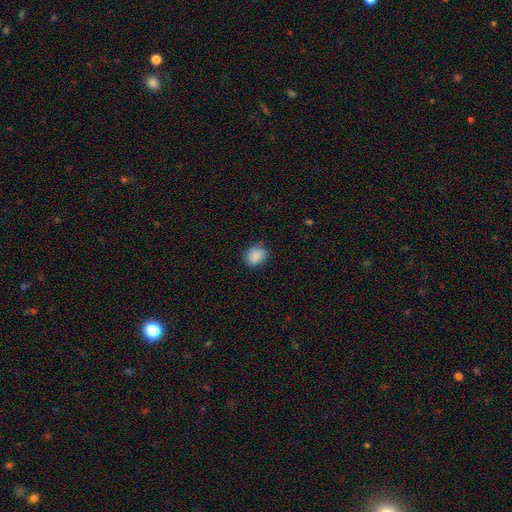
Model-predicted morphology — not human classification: Smooth or featured?
  - smooth: 88% *
  - star or artifact: 9%
  - featured or disk: 4%
How rounded?
  - round: 54% *
  - in between: 45%
  - cigar-shaped: 1%
Merging?
  - none: 80% *
  - minor disturbance: 16%
  - major disturbance: 3%
  - merger: 1%